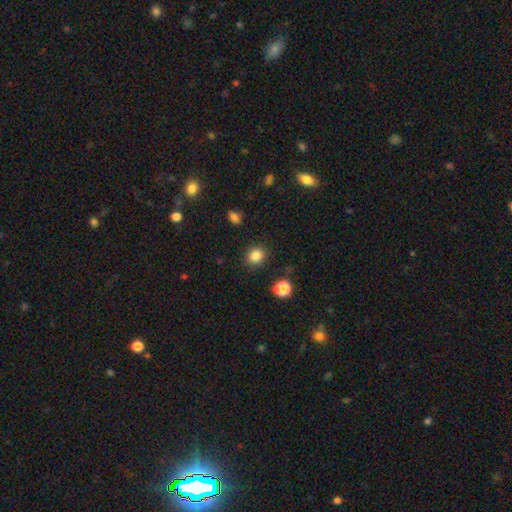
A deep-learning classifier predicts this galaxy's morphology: smooth-or-featured: smooth: 85% | star or artifact: 11% | featured or disk: 4%
  how-rounded: round: 71% | in between: 28% | cigar-shaped: 1%
  merging: none: 88% | minor disturbance: 8% | major disturbance: 3% | merger: 2%